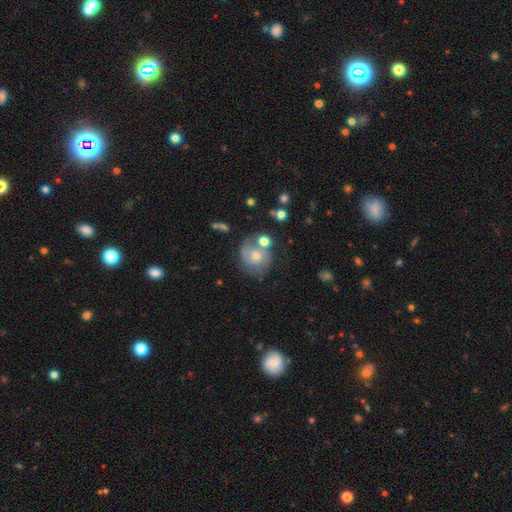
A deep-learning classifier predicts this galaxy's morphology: Q: Smooth or featured?
A: featured or disk (62%); runner-up: smooth (29%)
Q: Edge-on disk?
A: no (98%); runner-up: yes (2%)
Q: Bar?
A: no (75%); runner-up: weak (21%)
Q: Spiral arms?
A: yes (83%); runner-up: no (17%)
Q: Spiral winding?
A: tight (48%); runner-up: medium (38%)
Q: Spiral arm count?
A: 2 (57%); runner-up: can't tell (24%)
Q: Bulge size?
A: moderate (53%); runner-up: small (41%)
Q: Merging?
A: none (53%); runner-up: minor disturbance (20%)